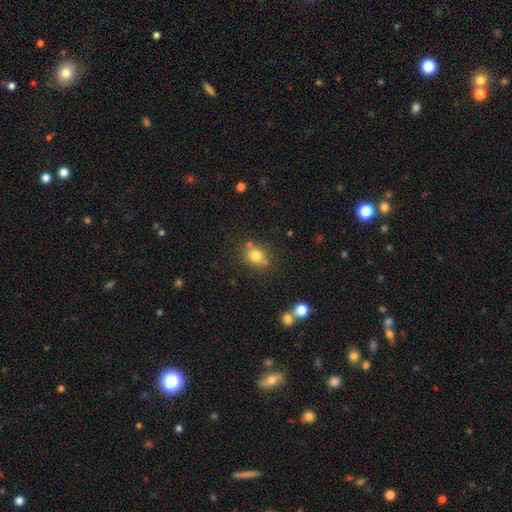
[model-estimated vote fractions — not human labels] Smooth or featured?
  - smooth: 77% *
  - star or artifact: 12%
  - featured or disk: 11%
How rounded?
  - round: 62% *
  - in between: 37%
  - cigar-shaped: 1%
Merging?
  - none: 67% *
  - minor disturbance: 15%
  - merger: 13%
  - major disturbance: 5%